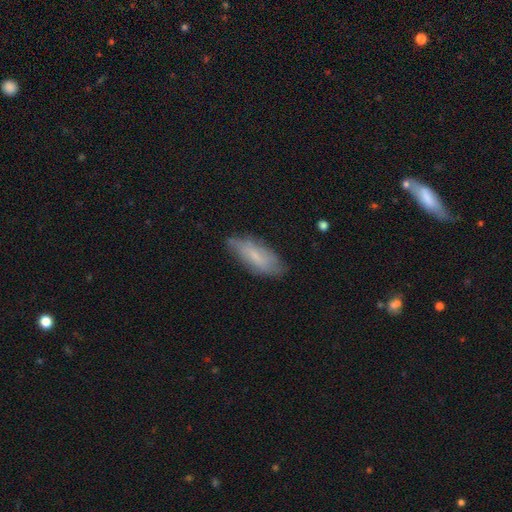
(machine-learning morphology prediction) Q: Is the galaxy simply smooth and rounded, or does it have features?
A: smooth — 59%.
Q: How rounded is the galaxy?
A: in between — 69%.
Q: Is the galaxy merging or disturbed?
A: none — 68%.